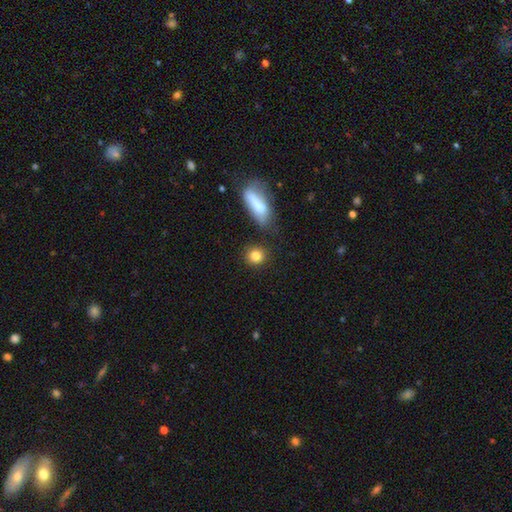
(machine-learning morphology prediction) Smooth or featured?
  - smooth: 82% *
  - star or artifact: 10%
  - featured or disk: 8%
How rounded?
  - round: 85% *
  - in between: 12%
  - cigar-shaped: 3%
Merging?
  - none: 83% *
  - minor disturbance: 9%
  - merger: 5%
  - major disturbance: 3%